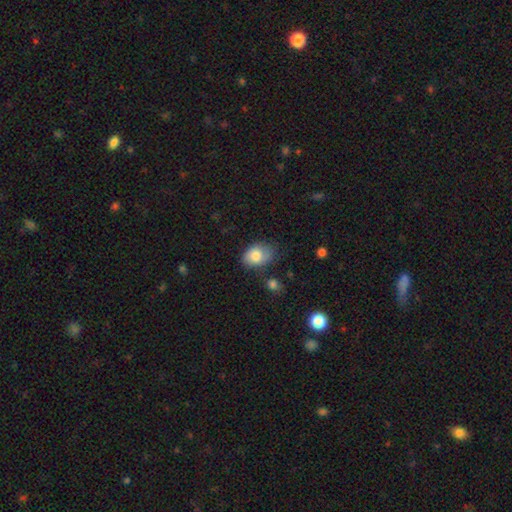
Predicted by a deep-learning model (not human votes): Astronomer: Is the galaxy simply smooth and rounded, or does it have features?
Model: smooth — 81%.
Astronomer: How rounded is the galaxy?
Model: in between — 76%.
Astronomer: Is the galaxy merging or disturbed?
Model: none — 63%.